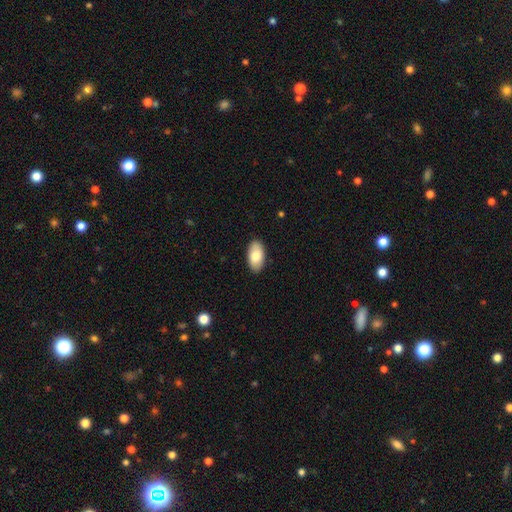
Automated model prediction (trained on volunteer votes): A smooth galaxy with no disk features (79%) that is in between round and cigar-shaped (95%).

Vote fractions:
- Smooth or featured? smooth: 79% / featured or disk: 15% / star or artifact: 6%
- How rounded? in between: 95% / round: 3% / cigar-shaped: 2%
- Merging? none: 89% / minor disturbance: 8% / major disturbance: 2% / merger: 1%